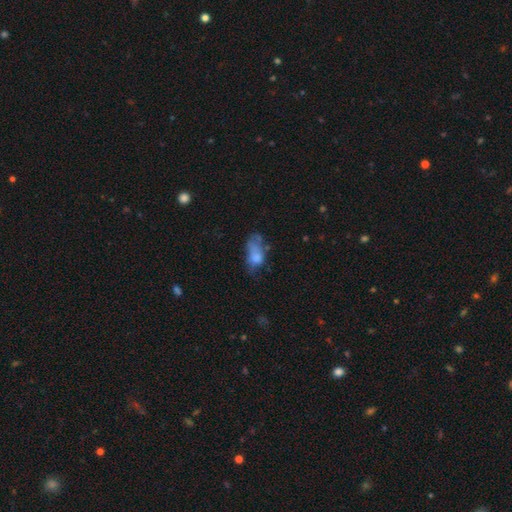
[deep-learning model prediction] Smooth or featured? Predicted: smooth (p=0.64). How rounded? Predicted: in between (p=0.86). Merging? Predicted: major disturbance (p=0.35).